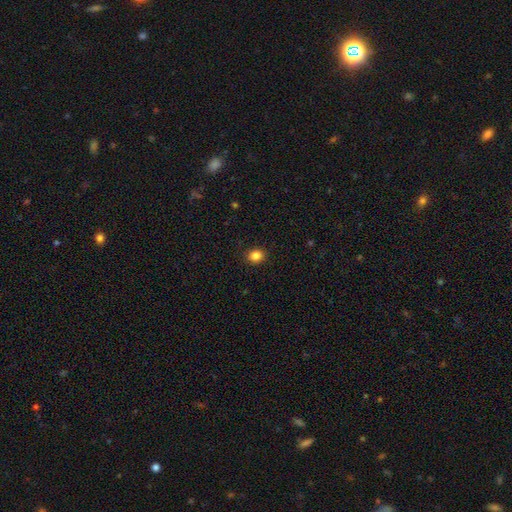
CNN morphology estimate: The model was most divided on "how rounded": round: 70%, in between: 29%, cigar-shaped: 1%. More confident: merging — none (91%); smooth or featured — smooth (85%).